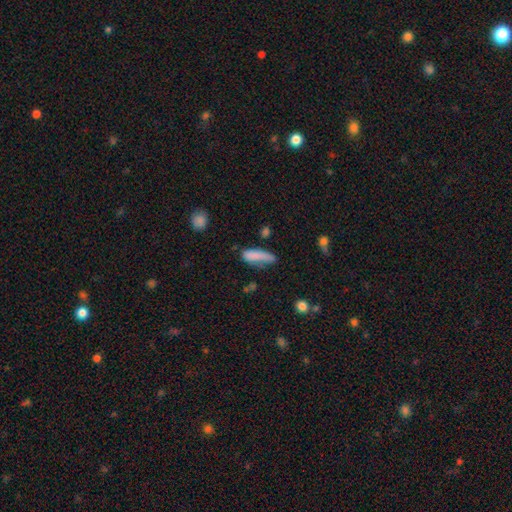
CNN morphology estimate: Smooth or featured: smooth — 80% (featured or disk — 12%)
How rounded: cigar-shaped — 54% (in between — 44%)
Merging: none — 47% (minor disturbance — 31%)